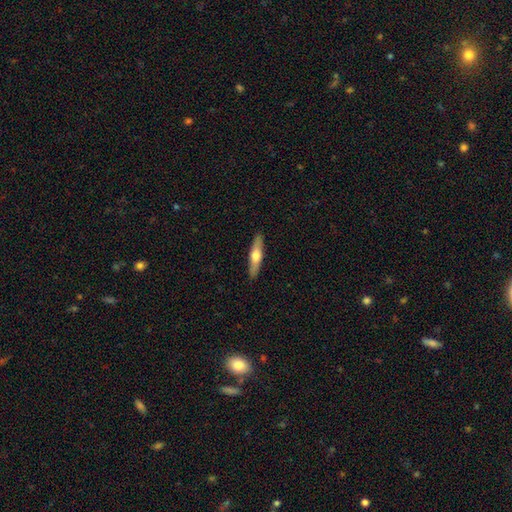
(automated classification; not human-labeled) smooth-or-featured: smooth: 51% | featured or disk: 44% | star or artifact: 5%
  how-rounded: cigar-shaped: 79% | in between: 19% | round: 2%
  merging: none: 90% | minor disturbance: 7% | major disturbance: 2% | merger: 1%